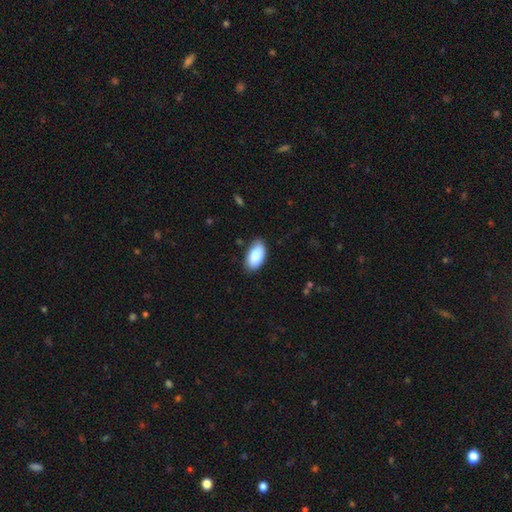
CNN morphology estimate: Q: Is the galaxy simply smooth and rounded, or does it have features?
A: smooth — 88%.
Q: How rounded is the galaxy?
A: in between — 95%.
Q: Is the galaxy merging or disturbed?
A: none — 80%.